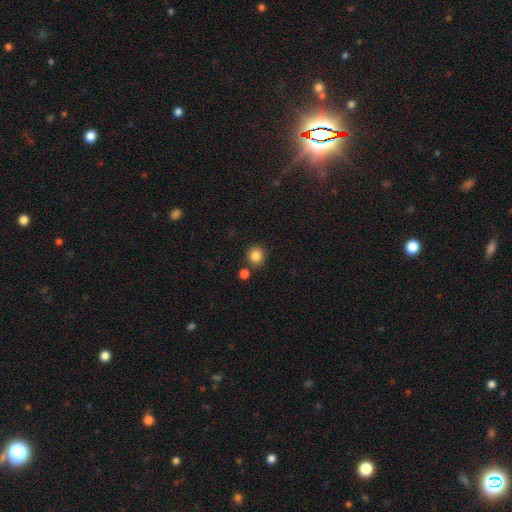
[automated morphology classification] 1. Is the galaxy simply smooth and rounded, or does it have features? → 85% smooth, 11% star or artifact, 4% featured or disk.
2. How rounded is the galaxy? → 85% round, 14% in between, 1% cigar-shaped.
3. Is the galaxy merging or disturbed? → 81% none, 8% minor disturbance, 8% merger, 3% major disturbance.